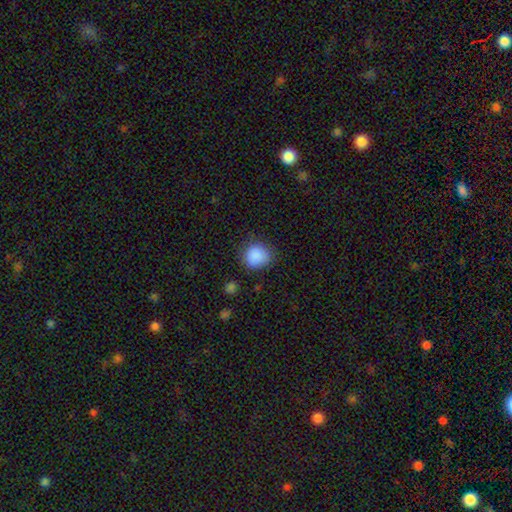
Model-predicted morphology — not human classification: This is clearly a smooth galaxy (88%). How rounded: clearly round (82%). Merging: clearly none (81%).